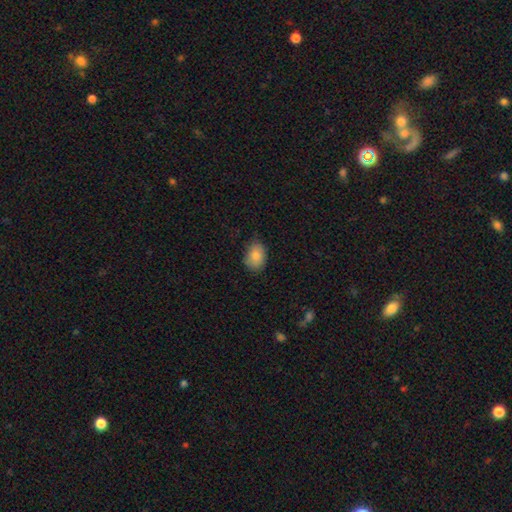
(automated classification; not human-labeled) smooth 83%, featured or disk 9%, star or artifact 8%. Down the decision tree: how rounded — in between (77%); merging — none (74%).